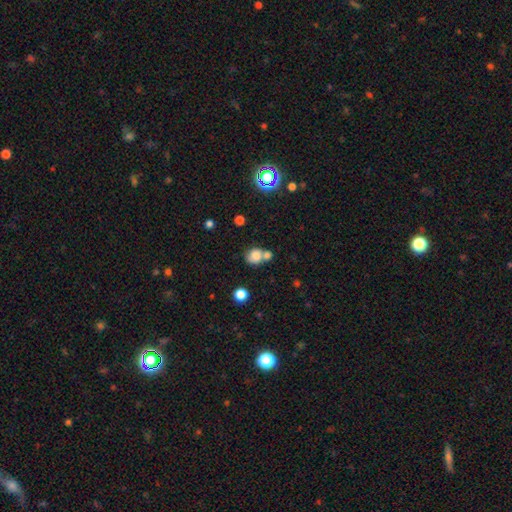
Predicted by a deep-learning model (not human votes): The model was most divided on "merging": merger: 46%, none: 40%, minor disturbance: 10%, major disturbance: 5%. More confident: smooth or featured — smooth (78%); how rounded — round (71%).